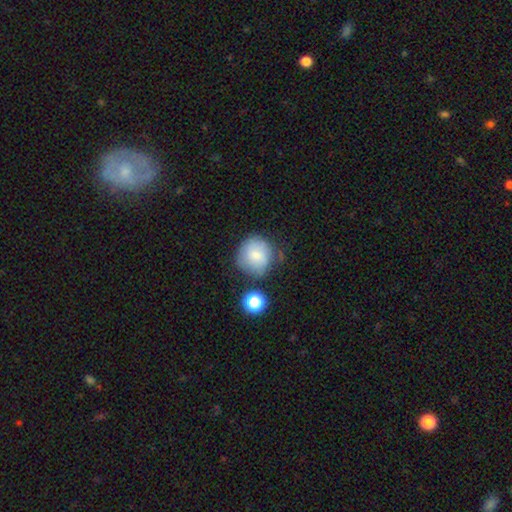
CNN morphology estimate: This appears to be a smooth galaxy with no disk features (74%) that is round (87%). Merging: none (58%).